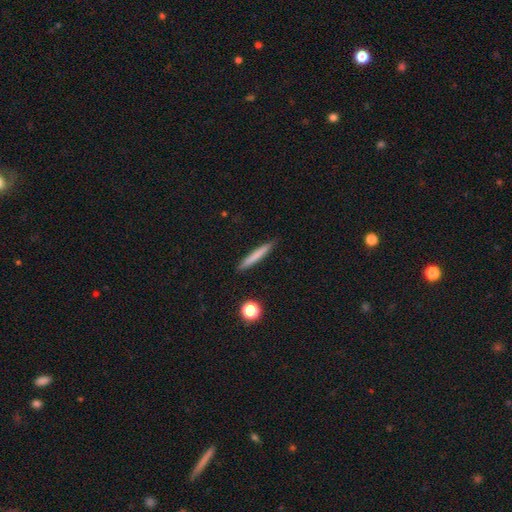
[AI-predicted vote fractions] smooth-or-featured: smooth: 69% | featured or disk: 25% | star or artifact: 7%
  how-rounded: cigar-shaped: 95% | in between: 3% | round: 1%
  merging: none: 90% | minor disturbance: 7% | major disturbance: 2% | merger: 1%